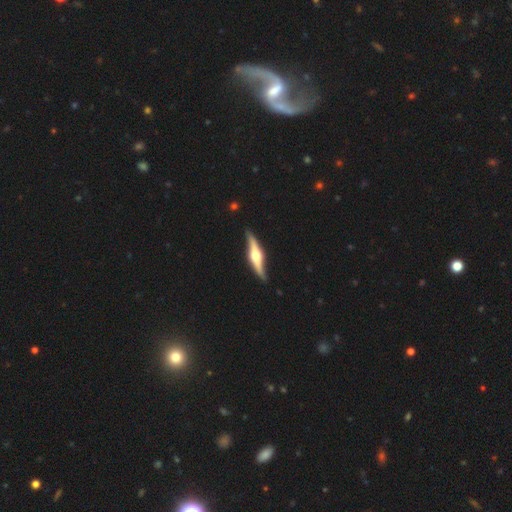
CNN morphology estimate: Smooth or featured? featured or disk (79%)
Edge-on disk? yes (95%)
Edge-on bulge? rounded (93%)
Merging? none (86%)